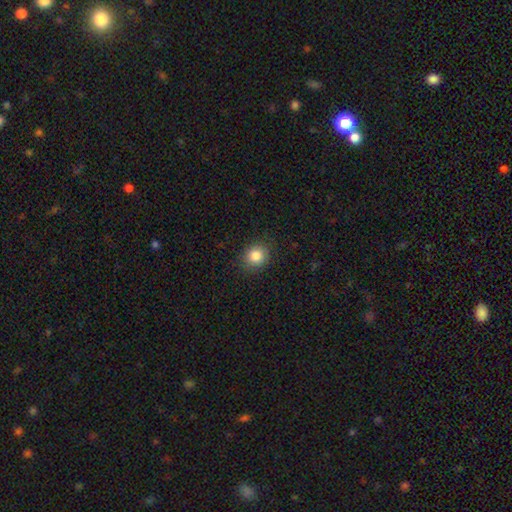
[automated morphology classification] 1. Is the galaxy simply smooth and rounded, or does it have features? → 84% smooth, 10% star or artifact, 6% featured or disk.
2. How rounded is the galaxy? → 77% round, 22% in between, 1% cigar-shaped.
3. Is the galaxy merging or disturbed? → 88% none, 9% minor disturbance, 2% major disturbance, 1% merger.